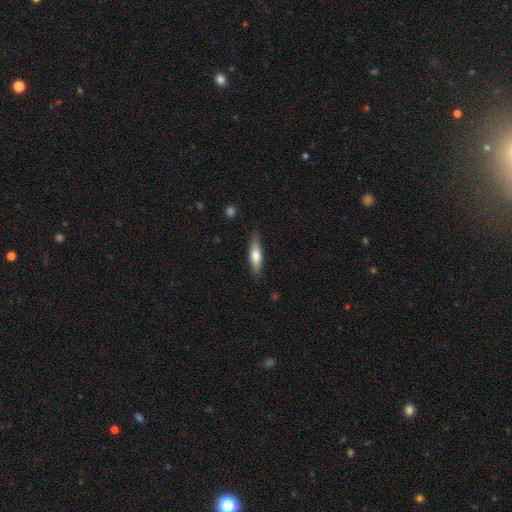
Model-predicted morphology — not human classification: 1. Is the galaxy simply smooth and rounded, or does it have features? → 62% smooth, 32% featured or disk, 6% star or artifact.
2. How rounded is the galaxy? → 67% cigar-shaped, 31% in between, 2% round.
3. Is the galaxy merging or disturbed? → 83% none, 13% minor disturbance, 2% major disturbance, 1% merger.